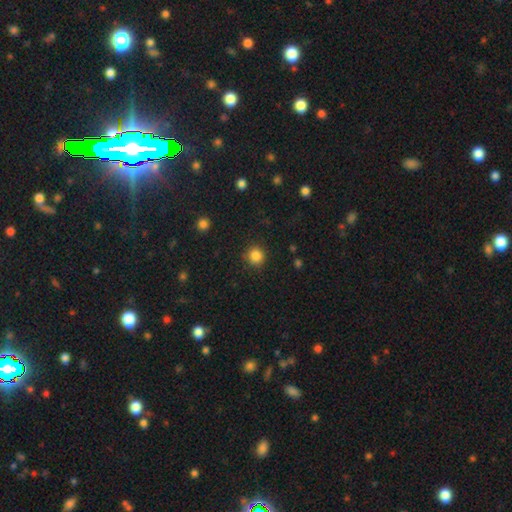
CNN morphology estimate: A smooth galaxy with no disk features (85%) that is round (91%).

Vote fractions:
- Smooth or featured? smooth: 85% / star or artifact: 11% / featured or disk: 4%
- How rounded? round: 91% / in between: 8% / cigar-shaped: 1%
- Merging? none: 89% / minor disturbance: 7% / major disturbance: 3% / merger: 1%